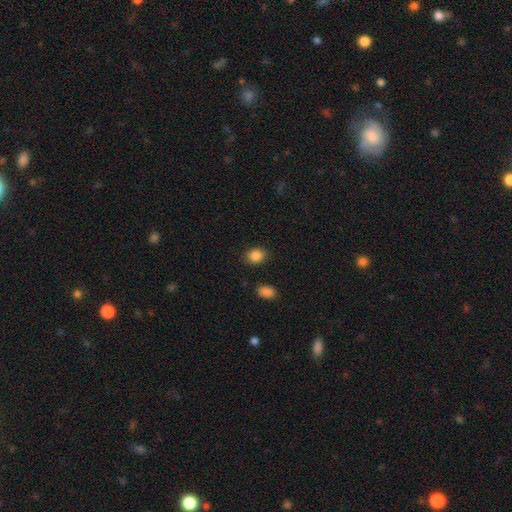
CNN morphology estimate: A smooth galaxy with no disk features (87%) that is round (52%).

Vote fractions:
- Smooth or featured? smooth: 87% / star or artifact: 9% / featured or disk: 4%
- How rounded? round: 52% / in between: 47% / cigar-shaped: 1%
- Merging? none: 86% / minor disturbance: 9% / major disturbance: 3% / merger: 3%